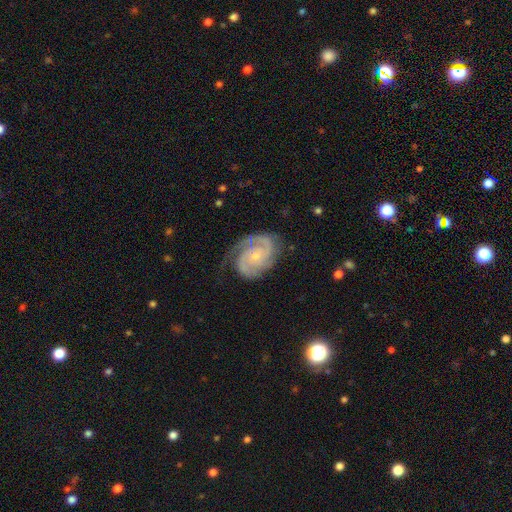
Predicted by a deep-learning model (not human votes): The model was most divided on "spiral winding": tight: 55%, medium: 38%, loose: 7%. More confident: spiral arms — yes (98%); edge-on disk — no (98%); smooth or featured — featured or disk (90%); bulge size — small (73%); merging — none (71%); spiral arm count — 2 (71%); bar — no (68%).